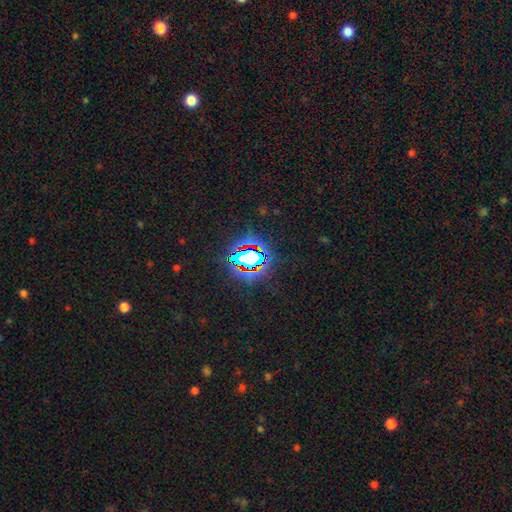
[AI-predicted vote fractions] Q: Smooth or featured?
A: star or artifact (85%); runner-up: smooth (9%)